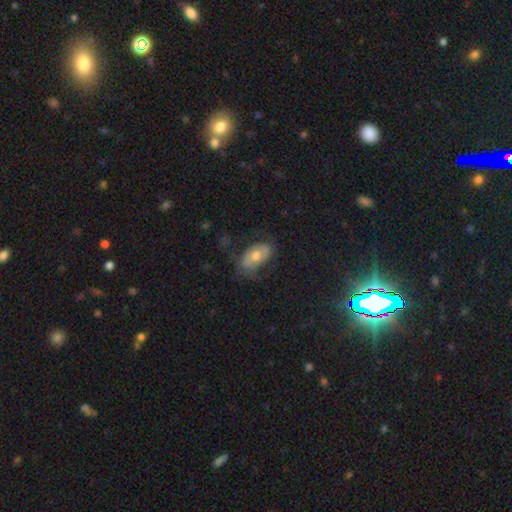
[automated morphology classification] smooth 55%, featured or disk 37%, star or artifact 8%. Down the decision tree: how rounded — in between (90%); merging — none (59%).